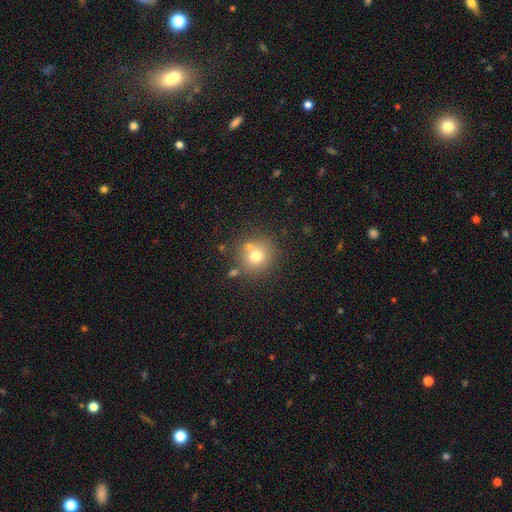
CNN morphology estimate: Smooth or featured? smooth (73%)
How rounded? round (89%)
Merging? none (69%)